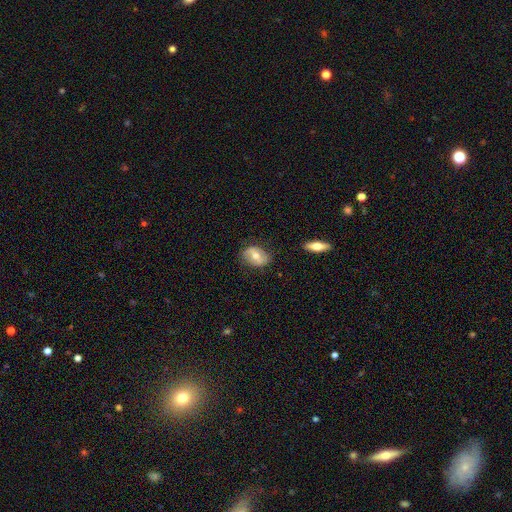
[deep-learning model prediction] The model was most divided on "smooth or featured": smooth: 49%, featured or disk: 44%, star or artifact: 7%. More confident: merging — none (78%).